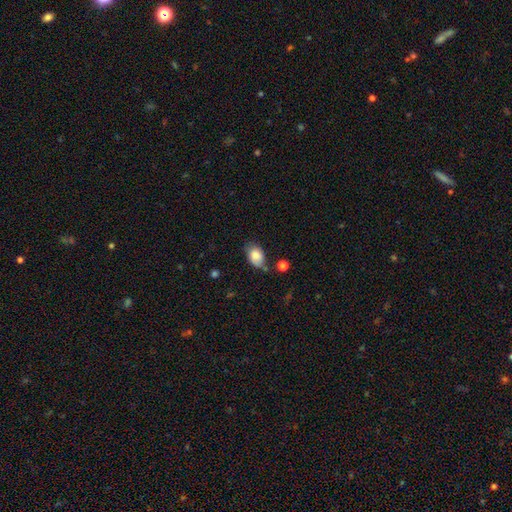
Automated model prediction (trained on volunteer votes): smooth-or-featured: smooth: 81% | featured or disk: 11% | star or artifact: 8%
  how-rounded: in between: 84% | round: 15% | cigar-shaped: 1%
  merging: none: 57% | minor disturbance: 29% | major disturbance: 7% | merger: 6%